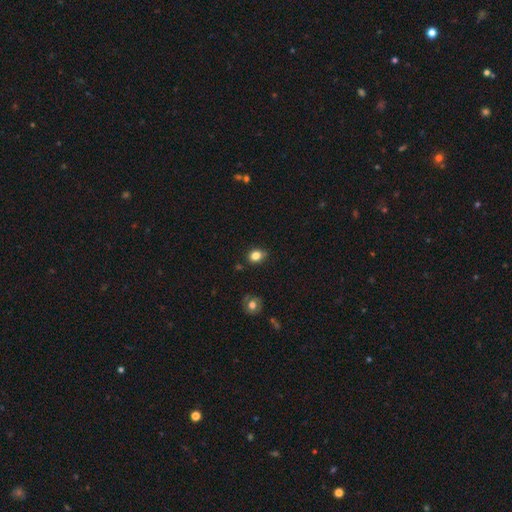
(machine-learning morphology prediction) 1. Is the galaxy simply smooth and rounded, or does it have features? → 82% smooth, 11% star or artifact, 7% featured or disk.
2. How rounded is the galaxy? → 53% round, 46% in between, 1% cigar-shaped.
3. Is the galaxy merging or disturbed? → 79% none, 16% minor disturbance, 3% major disturbance, 2% merger.